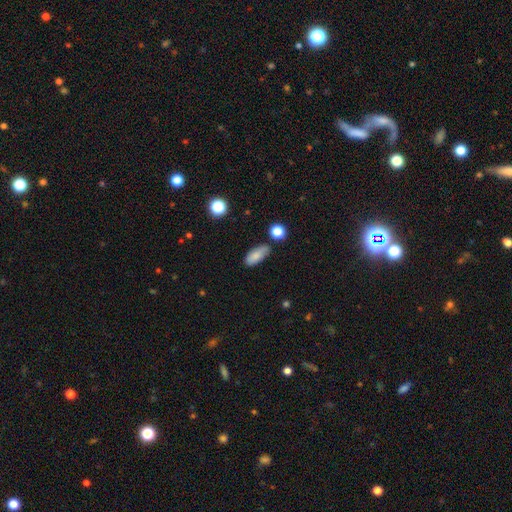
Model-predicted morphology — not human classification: Smooth or featured?
  - smooth: 81% *
  - featured or disk: 11%
  - star or artifact: 8%
How rounded?
  - in between: 83% *
  - cigar-shaped: 13%
  - round: 4%
Merging?
  - none: 73% *
  - minor disturbance: 19%
  - merger: 4%
  - major disturbance: 4%